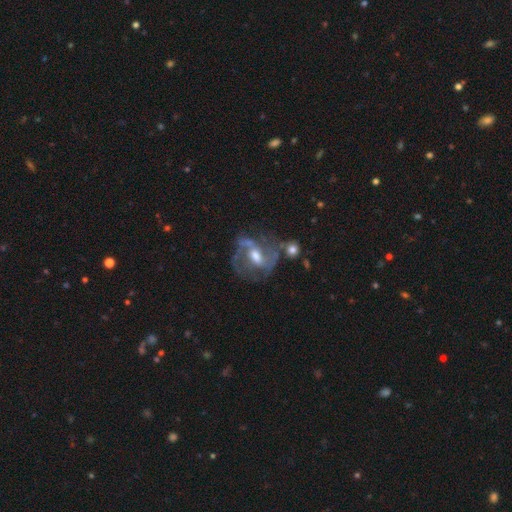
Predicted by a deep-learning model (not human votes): Smooth or featured?
  - featured or disk: 82% *
  - smooth: 11%
  - star or artifact: 7%
Edge-on disk?
  - no: 97% *
  - yes: 3%
Bar?
  - weak: 51% *
  - no: 26%
  - strong: 23%
Spiral arms?
  - yes: 87% *
  - no: 13%
Spiral winding?
  - medium: 50% *
  - loose: 31%
  - tight: 19%
Spiral arm count?
  - 2: 65% *
  - can't tell: 15%
  - 3: 10%
  - 1: 5%
  - 4: 3%
  - more than 4: 2%
Bulge size?
  - moderate: 64% *
  - small: 18%
  - large: 13%
  - none: 3%
  - dominant: 1%
Merging?
  - none: 46% *
  - major disturbance: 22%
  - minor disturbance: 20%
  - merger: 11%